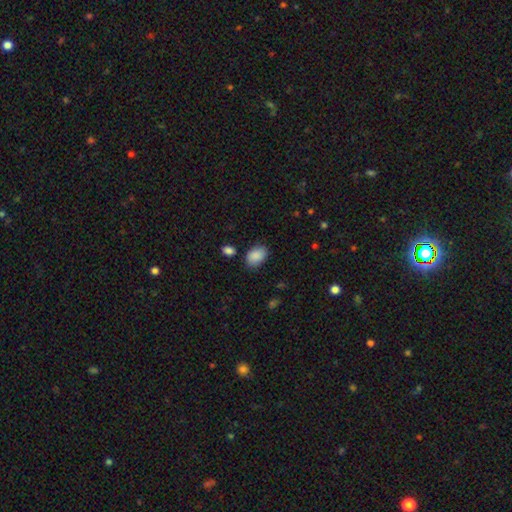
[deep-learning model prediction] smooth_or_featured: smooth (p=0.89) [alt: star or artifact p=0.07]
how_rounded: in between (p=0.86) [alt: round p=0.13]
merging: none (p=0.77) [alt: minor disturbance p=0.16]